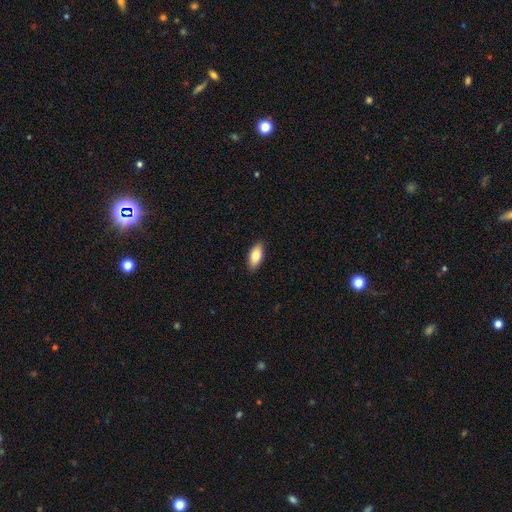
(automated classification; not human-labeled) Overall: smooth (80%). How rounded: in between (89%). Merging: none (89%).